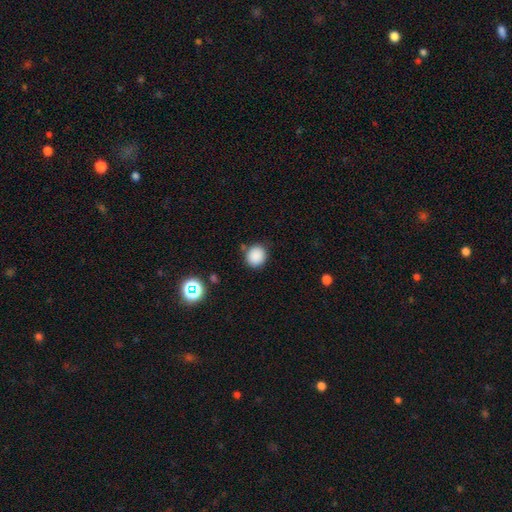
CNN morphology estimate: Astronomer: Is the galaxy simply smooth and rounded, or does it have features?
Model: smooth — 86%.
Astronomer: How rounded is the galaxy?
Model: round — 80%.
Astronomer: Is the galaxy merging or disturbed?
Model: none — 82%.